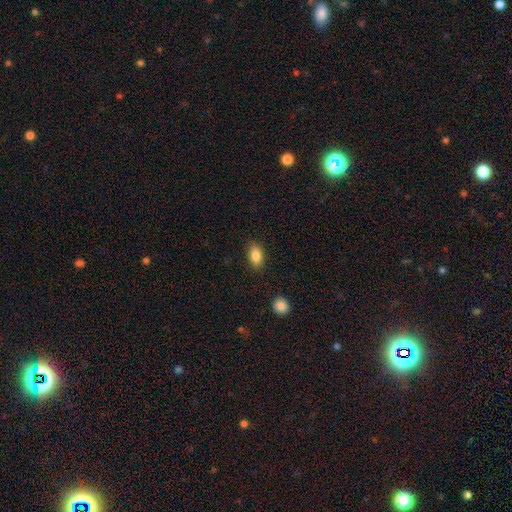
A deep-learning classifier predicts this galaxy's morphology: type=smooth (85%); roundness=in between (89%); merging=none (85%).